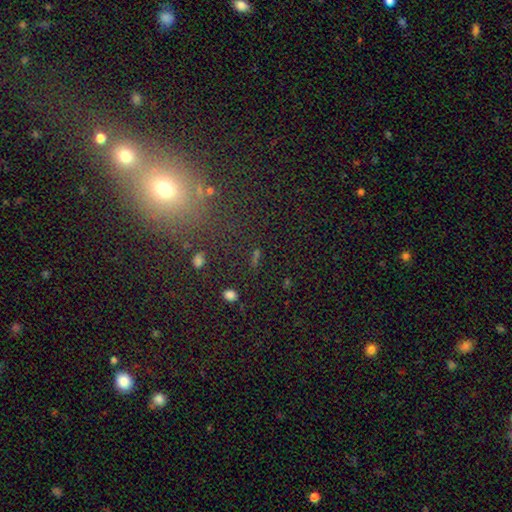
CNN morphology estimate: This appears to be a smooth galaxy with no disk features (43%). Merging: none (77%).